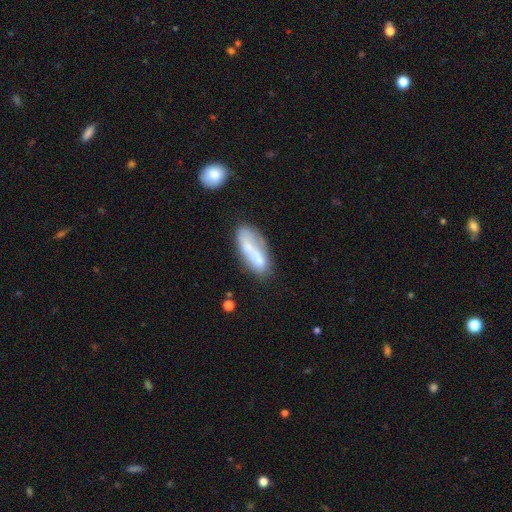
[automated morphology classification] smooth_or_featured: smooth (p=0.54) [alt: featured or disk p=0.38]
how_rounded: in between (p=0.71) [alt: cigar-shaped p=0.26]
merging: none (p=0.38) [alt: merger p=0.32]